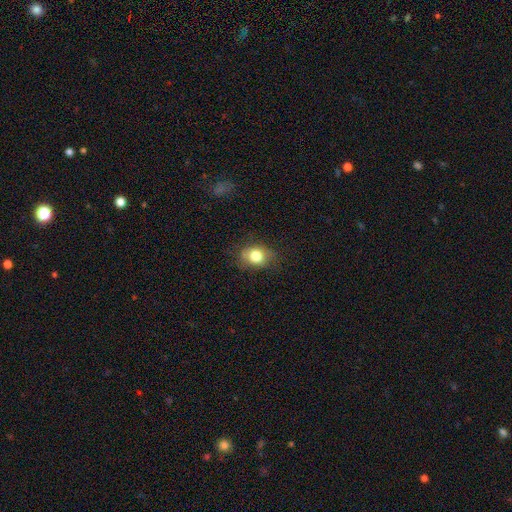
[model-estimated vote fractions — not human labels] smooth 78%, featured or disk 12%, star or artifact 10%. Down the decision tree: how rounded — in between (53%); merging — none (70%).